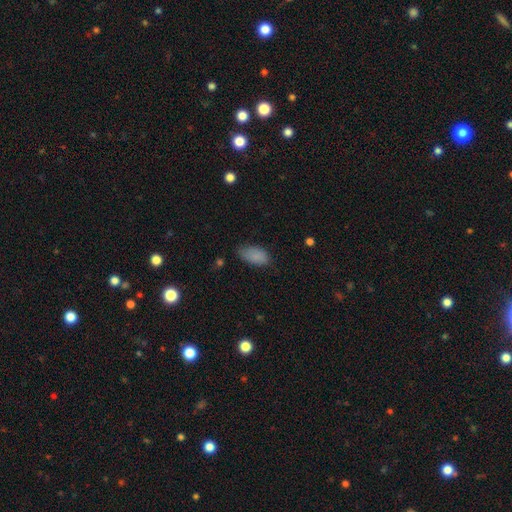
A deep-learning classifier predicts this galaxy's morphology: smooth-or-featured: smooth: 85% | star or artifact: 8% | featured or disk: 6%
  how-rounded: in between: 93% | round: 4% | cigar-shaped: 3%
  merging: none: 68% | minor disturbance: 26% | major disturbance: 5% | merger: 1%